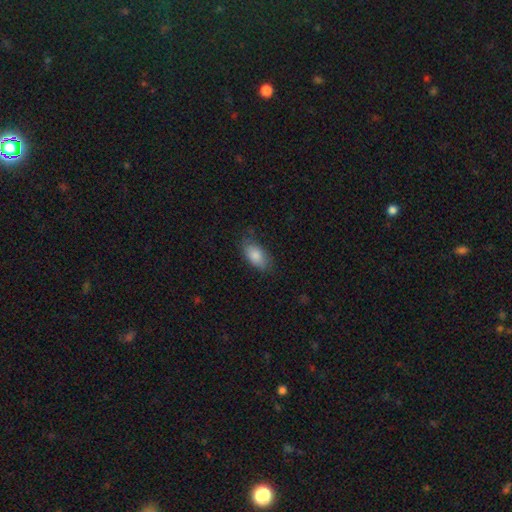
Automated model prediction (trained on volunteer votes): Overall: smooth (85%). How rounded: in between (92%). Merging: none (74%).